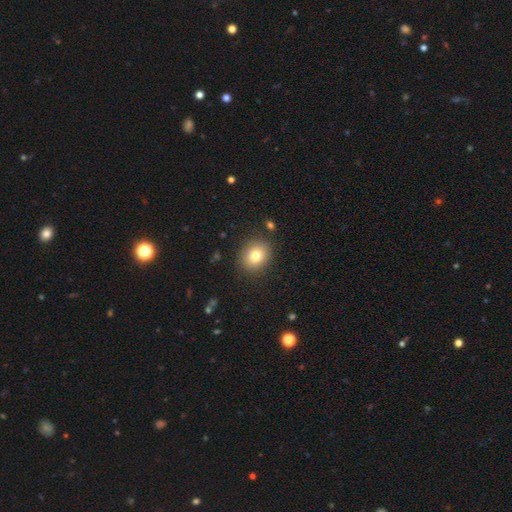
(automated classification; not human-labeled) Smooth or featured: smooth — 78% (star or artifact — 11%)
How rounded: round — 71% (in between — 28%)
Merging: none — 87% (minor disturbance — 8%)